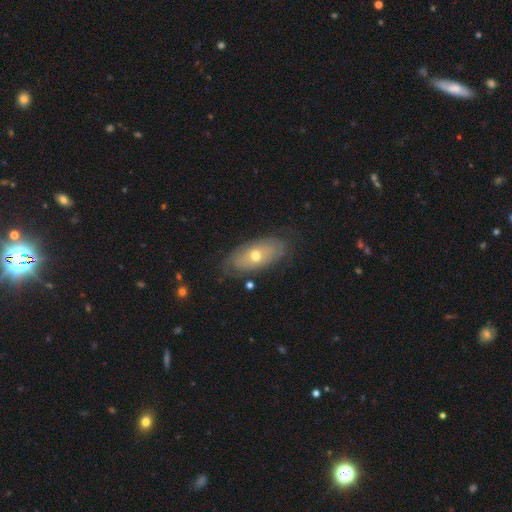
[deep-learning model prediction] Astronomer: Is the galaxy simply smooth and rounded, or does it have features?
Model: smooth — 47% (runner-up: featured or disk, 46%).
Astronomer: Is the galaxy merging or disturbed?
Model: none — 72%.